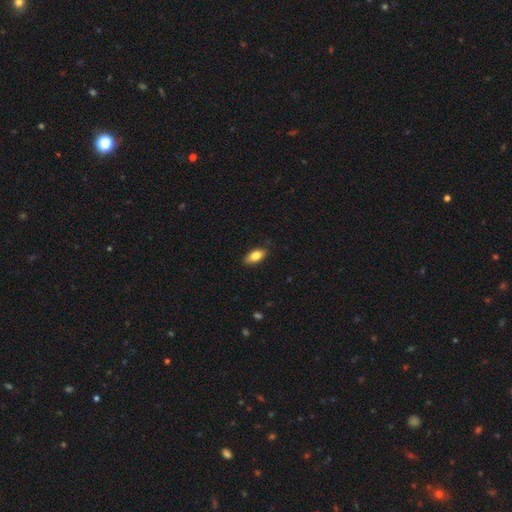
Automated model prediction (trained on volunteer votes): Smooth or featured? smooth (80%)
How rounded? in between (89%)
Merging? none (85%)